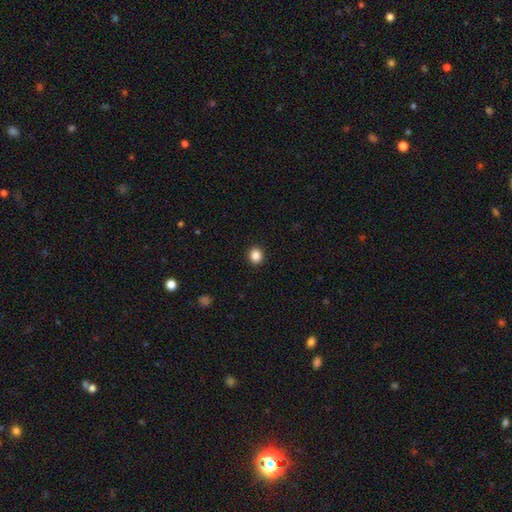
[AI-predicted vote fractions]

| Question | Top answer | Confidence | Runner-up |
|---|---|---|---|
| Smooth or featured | smooth | 86% | star or artifact (10%) |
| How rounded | round | 83% | in between (16%) |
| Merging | none | 92% | minor disturbance (5%) |